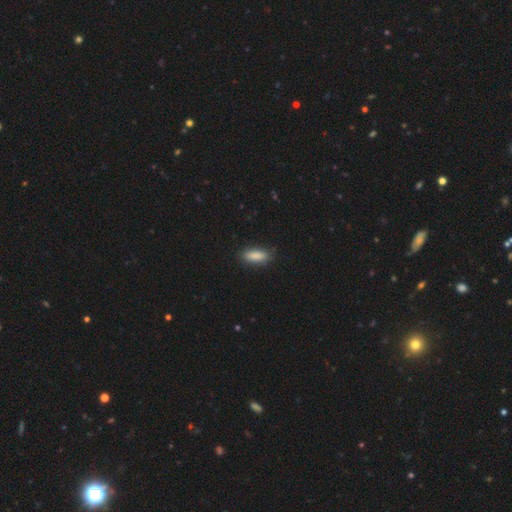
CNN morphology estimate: The model was most divided on "how rounded": in between: 65%, cigar-shaped: 33%, round: 2%. More confident: smooth or featured — smooth (87%); merging — none (86%).